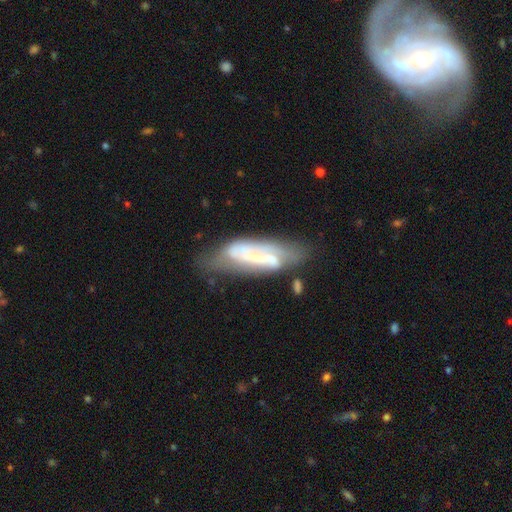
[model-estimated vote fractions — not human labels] smooth-or-featured: featured or disk: 65% | smooth: 27% | star or artifact: 8%
  disk-edge-on: no: 81% | yes: 19%
    bar: strong: 48% | weak: 28% | no: 25%
    has-spiral-arms: yes: 64% | no: 36%
    bulge-size: small: 40% | none: 33% | moderate: 20% | large: 5% | dominant: 2%
  merging: none: 46% | minor disturbance: 28% | major disturbance: 19% | merger: 7%